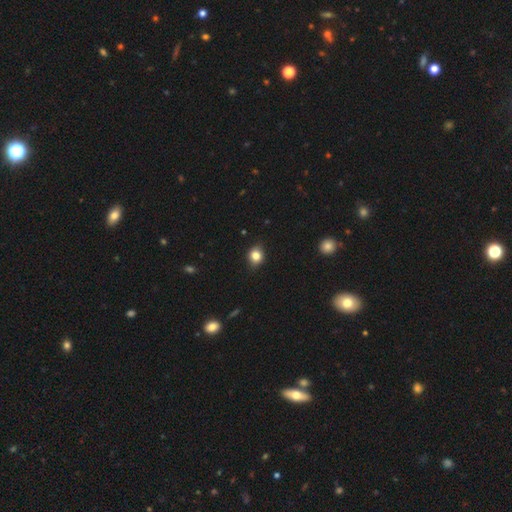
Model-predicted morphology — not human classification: Overall: smooth (81%). How rounded: round (63%; in between 36%). Merging: none (86%).